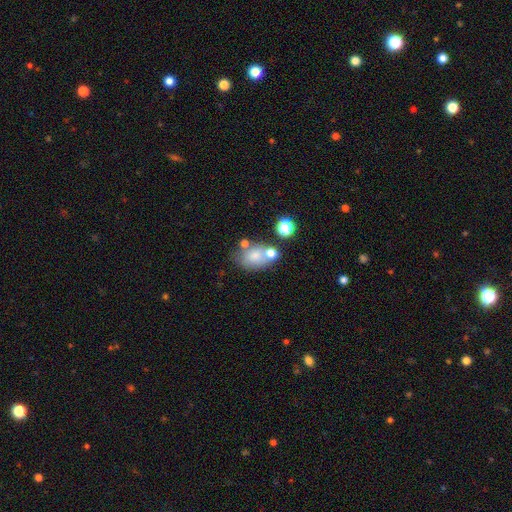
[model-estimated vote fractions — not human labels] A smooth galaxy with no disk features (69%) that is in between round and cigar-shaped (72%).

Vote fractions:
- Smooth or featured? smooth: 69% / featured or disk: 18% / star or artifact: 13%
- How rounded? in between: 72% / round: 26% / cigar-shaped: 2%
- Merging? none: 48% / merger: 27% / minor disturbance: 16% / major disturbance: 8%